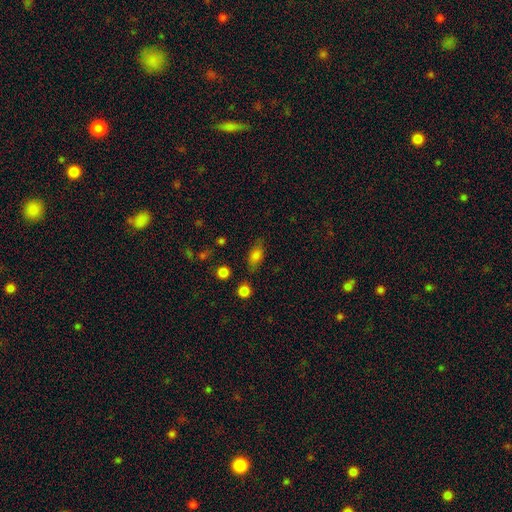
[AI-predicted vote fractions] smooth_or_featured: smooth (p=0.77) [alt: featured or disk p=0.12]
how_rounded: in between (p=0.81) [alt: cigar-shaped p=0.10]
merging: none (p=0.72) [alt: minor disturbance p=0.19]